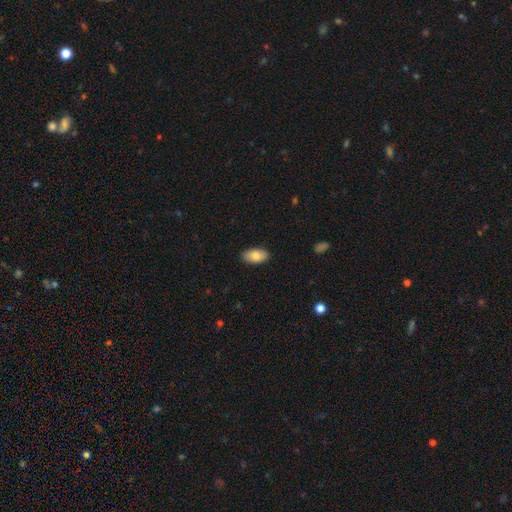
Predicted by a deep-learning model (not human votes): This appears to be a smooth galaxy with no disk features (81%) that is in between round and cigar-shaped (93%). Merging: none (89%).